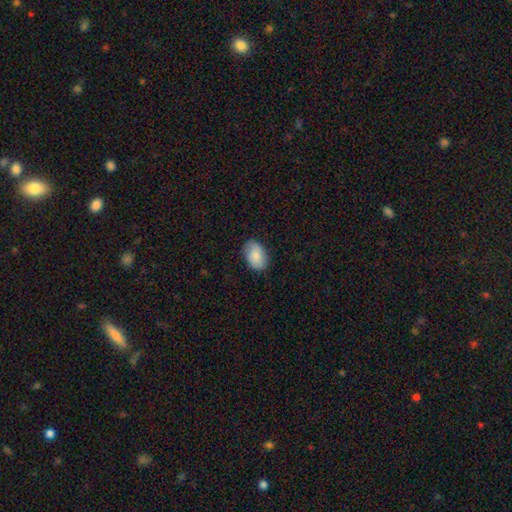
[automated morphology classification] type=smooth (80%); roundness=in between (89%); merging=none (81%).